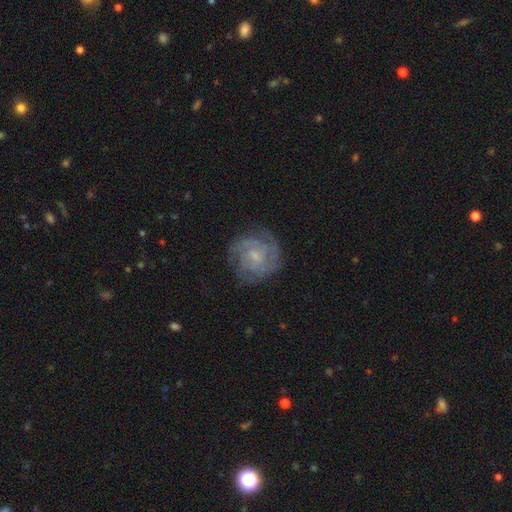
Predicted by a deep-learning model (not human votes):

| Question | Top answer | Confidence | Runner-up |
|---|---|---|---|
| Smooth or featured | featured or disk | 76% | smooth (17%) |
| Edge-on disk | no | 98% | yes (2%) |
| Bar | no | 53% | weak (41%) |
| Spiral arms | yes | 92% | no (8%) |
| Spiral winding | tight | 60% | medium (32%) |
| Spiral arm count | can't tell | 35% | 3 (24%) |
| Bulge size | small | 54% | moderate (30%) |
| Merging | none | 75% | minor disturbance (16%) |